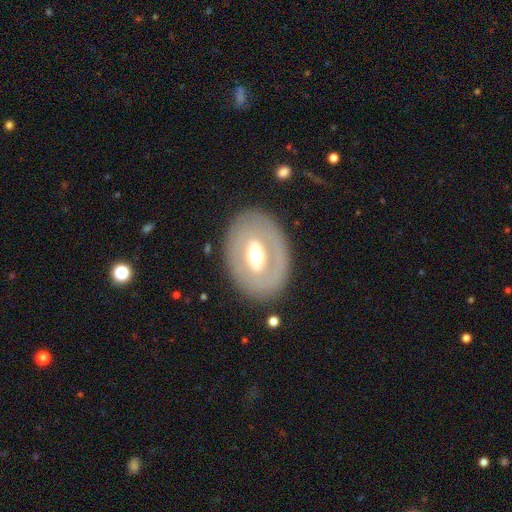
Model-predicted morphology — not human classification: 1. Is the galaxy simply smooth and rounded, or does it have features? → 61% featured or disk, 33% smooth, 6% star or artifact.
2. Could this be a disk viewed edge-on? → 91% no, 9% yes.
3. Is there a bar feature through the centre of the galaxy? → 36% no, 35% weak, 29% strong.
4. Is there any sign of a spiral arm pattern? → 82% no, 18% yes.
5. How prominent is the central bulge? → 65% moderate, 17% large, 15% small, 2% dominant, 1% none.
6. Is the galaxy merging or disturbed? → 82% none, 11% minor disturbance, 6% major disturbance, 2% merger.